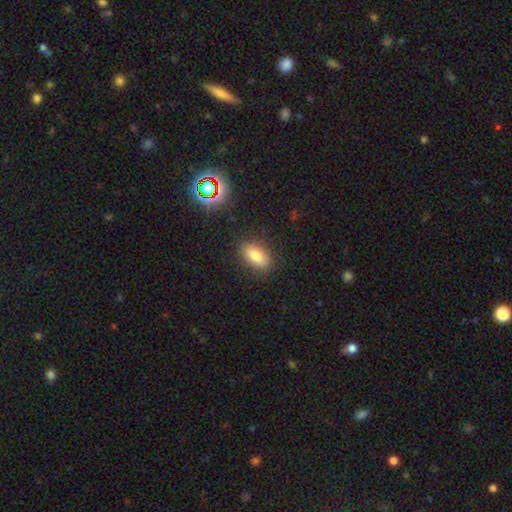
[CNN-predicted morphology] Q: Smooth or featured?
A: smooth (81%); runner-up: star or artifact (10%)
Q: How rounded?
A: in between (88%); runner-up: round (6%)
Q: Merging?
A: none (86%); runner-up: minor disturbance (10%)